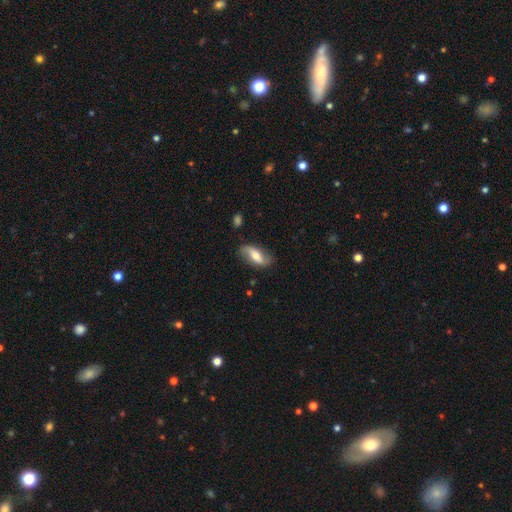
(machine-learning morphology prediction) type=featured or disk (54%); edge-on=no (88%); merging=none (76%).